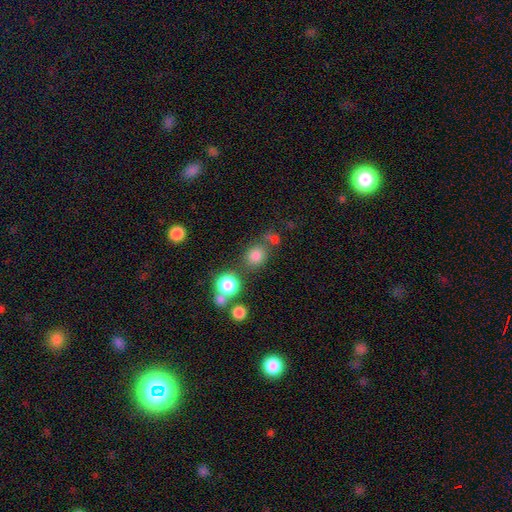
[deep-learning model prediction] A smooth galaxy with no disk features (78%) that is round (71%).

Vote fractions:
- Smooth or featured? smooth: 78% / star or artifact: 14% / featured or disk: 7%
- How rounded? round: 71% / in between: 28% / cigar-shaped: 1%
- Merging? none: 66% / merger: 17% / minor disturbance: 12% / major disturbance: 6%